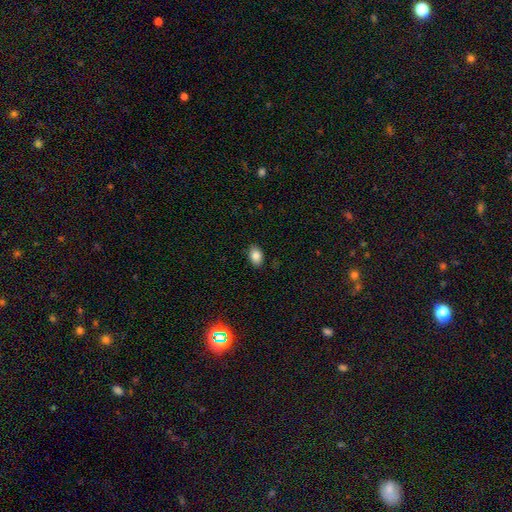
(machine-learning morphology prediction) smooth_or_featured: smooth (p=0.84) [alt: star or artifact p=0.09]
how_rounded: in between (p=0.85) [alt: round p=0.14]
merging: none (p=0.87) [alt: minor disturbance p=0.10]